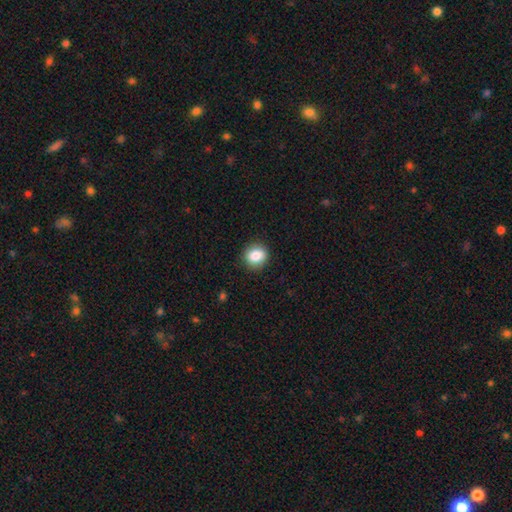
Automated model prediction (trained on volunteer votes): Smooth or featured? Predicted: smooth (p=0.85). How rounded? Predicted: round (p=0.78). Merging? Predicted: none (p=0.89).